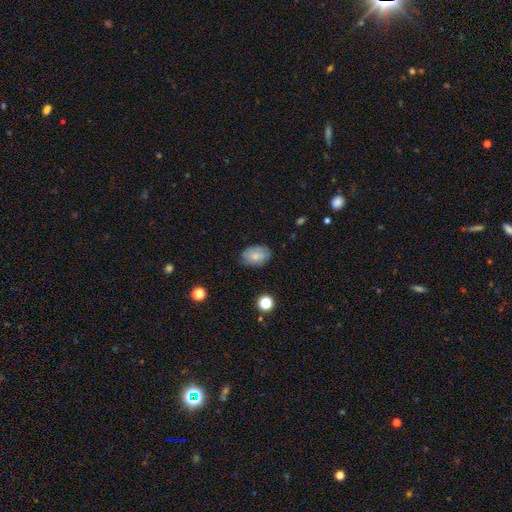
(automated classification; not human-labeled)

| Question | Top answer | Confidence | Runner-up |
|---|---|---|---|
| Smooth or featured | smooth | 70% | featured or disk (22%) |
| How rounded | in between | 83% | round (16%) |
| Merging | none | 77% | minor disturbance (18%) |